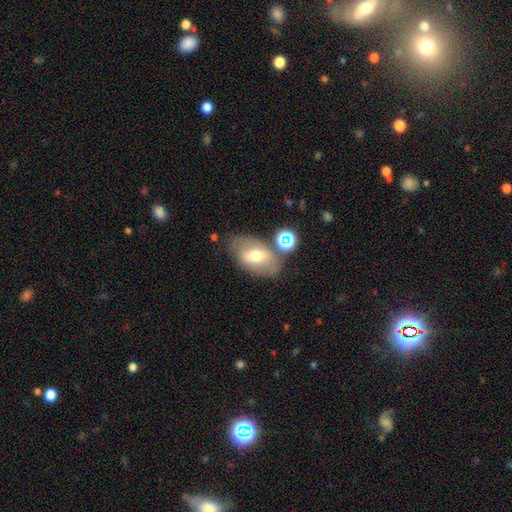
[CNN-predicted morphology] smooth_or_featured: smooth (p=0.53) [alt: featured or disk p=0.37]
how_rounded: in between (p=0.88) [alt: round p=0.10]
merging: none (p=0.65) [alt: minor disturbance p=0.18]